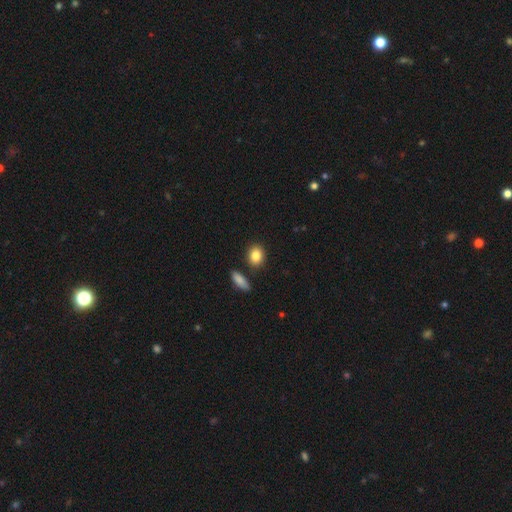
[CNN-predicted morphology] Smooth or featured: smooth — 86% (star or artifact — 8%)
How rounded: in between — 50% (round — 47%)
Merging: none — 82% (minor disturbance — 10%)